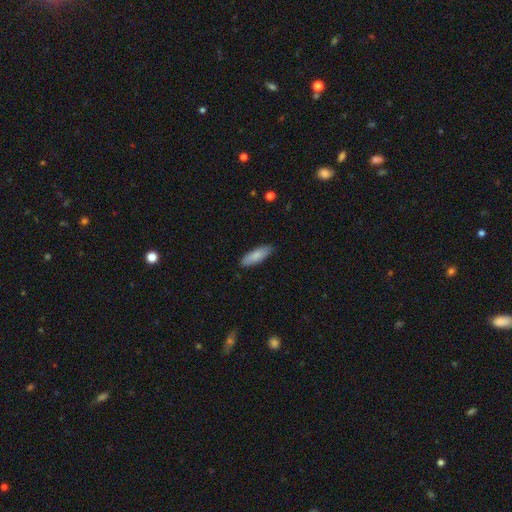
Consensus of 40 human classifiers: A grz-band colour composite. It shows a smooth galaxy with no disk features (72%) that is in between round and cigar-shaped (76%). Merging: none (94%).